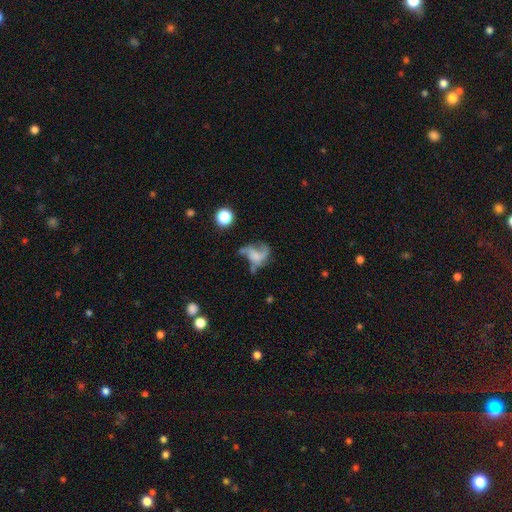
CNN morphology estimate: This appears to be a featured or disk galaxy (55%) with no bar (76%), spiral arms (58%) and no central bulge (65%). Merging: major disturbance (41%).